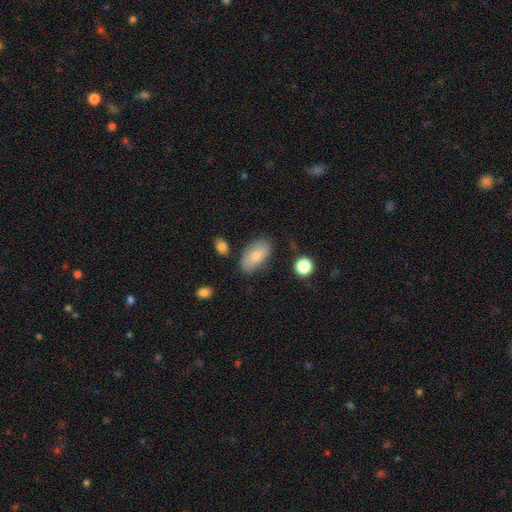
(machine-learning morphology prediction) Smooth or featured? Predicted: smooth (p=0.77). How rounded? Predicted: in between (p=0.93). Merging? Predicted: none (p=0.78).